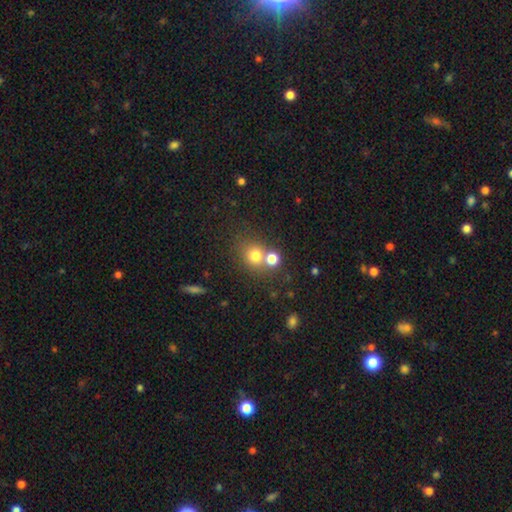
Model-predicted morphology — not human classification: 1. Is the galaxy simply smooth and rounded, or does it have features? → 75% smooth, 15% star or artifact, 10% featured or disk.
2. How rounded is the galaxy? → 82% round, 17% in between, 1% cigar-shaped.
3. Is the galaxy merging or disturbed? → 52% none, 37% merger, 8% minor disturbance, 3% major disturbance.